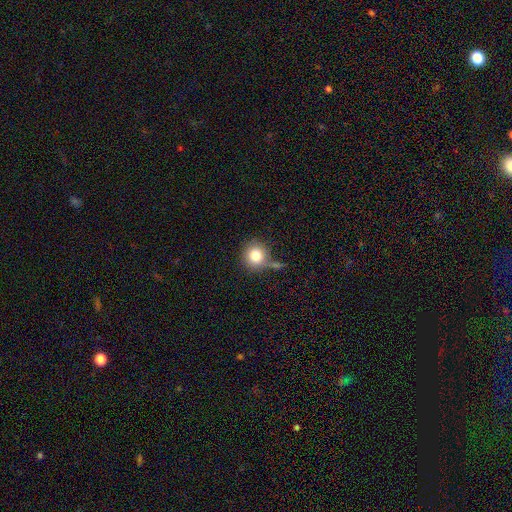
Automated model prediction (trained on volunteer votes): smooth_or_featured: smooth (p=0.82) [alt: star or artifact p=0.09]
how_rounded: round (p=0.89) [alt: in between p=0.10]
merging: none (p=0.61) [alt: minor disturbance p=0.18]